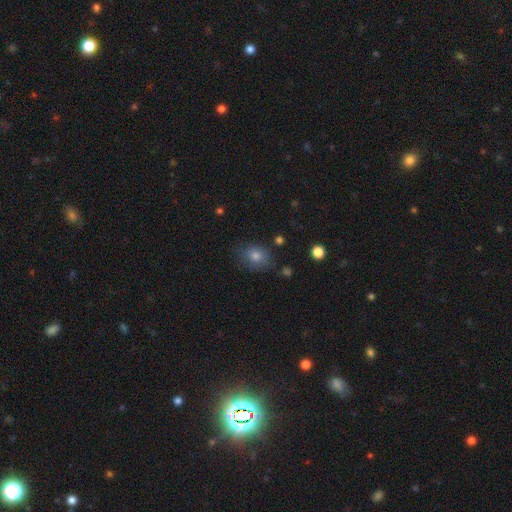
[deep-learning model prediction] smooth_or_featured: smooth (p=0.74) [alt: star or artifact p=0.14]
how_rounded: in between (p=0.51) [alt: round p=0.48]
merging: none (p=0.74) [alt: minor disturbance p=0.19]